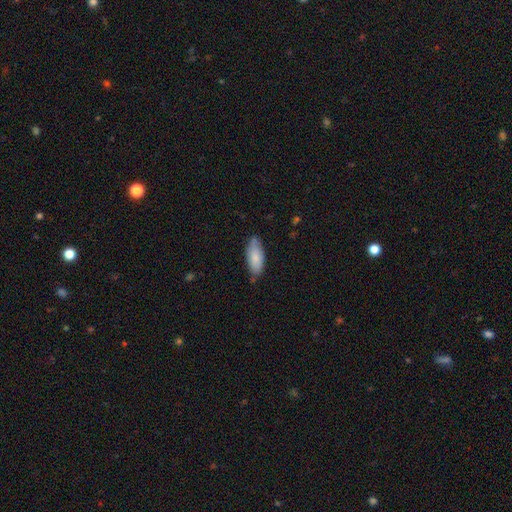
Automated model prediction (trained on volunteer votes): smooth_or_featured: smooth (p=0.82) [alt: featured or disk p=0.13]
how_rounded: in between (p=0.79) [alt: cigar-shaped p=0.20]
merging: none (p=0.74) [alt: minor disturbance p=0.21]